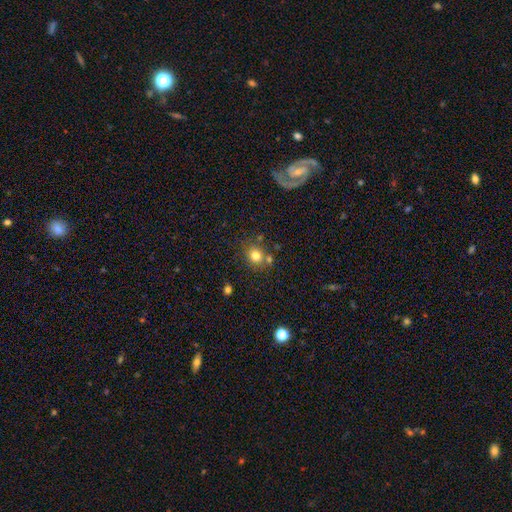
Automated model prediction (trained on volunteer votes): smooth_or_featured: smooth (p=0.79) [alt: star or artifact p=0.13]
how_rounded: round (p=0.81) [alt: in between p=0.18]
merging: none (p=0.71) [alt: merger p=0.14]